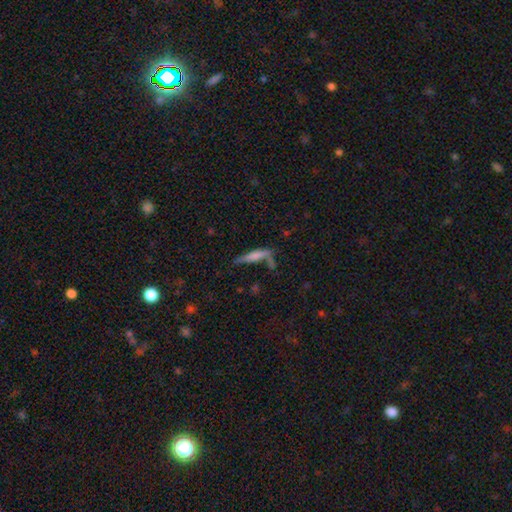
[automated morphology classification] Q: Smooth or featured?
A: smooth (60%); runner-up: featured or disk (30%)
Q: How rounded?
A: cigar-shaped (86%); runner-up: in between (12%)
Q: Merging?
A: none (54%); runner-up: minor disturbance (19%)